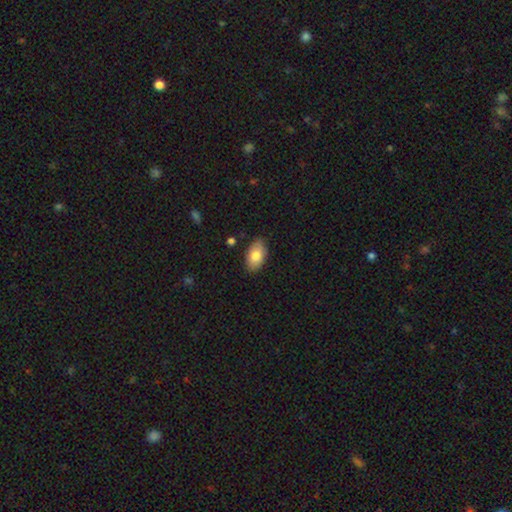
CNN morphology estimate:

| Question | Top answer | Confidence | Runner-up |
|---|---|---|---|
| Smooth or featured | smooth | 80% | featured or disk (13%) |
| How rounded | in between | 93% | round (5%) |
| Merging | none | 85% | minor disturbance (12%) |